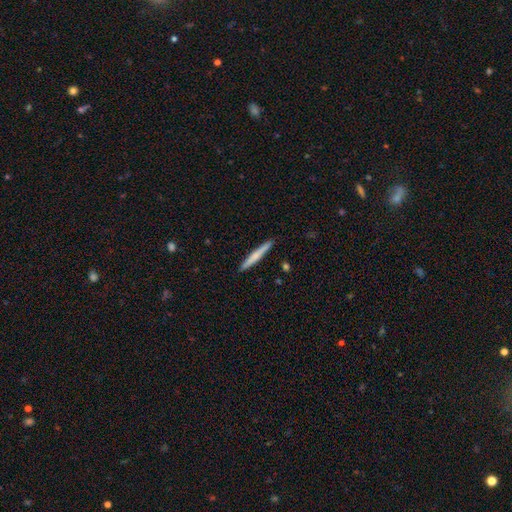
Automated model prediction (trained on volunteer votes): A smooth galaxy with no disk features (61%) that is cigar-shaped (96%). Merging: none (91%).